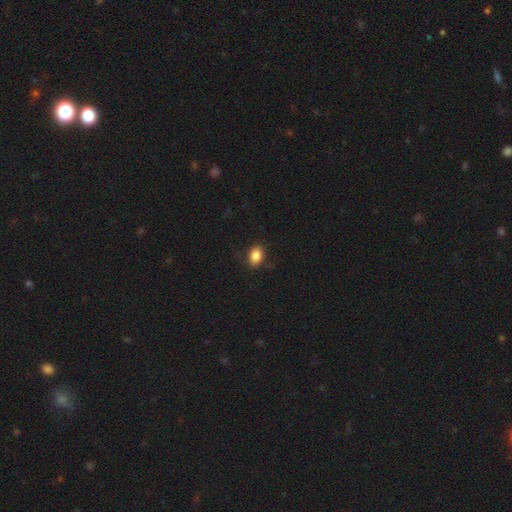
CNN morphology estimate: A smooth galaxy with no disk features (85%) that is in between round and cigar-shaped (81%). Merging: none (80%).